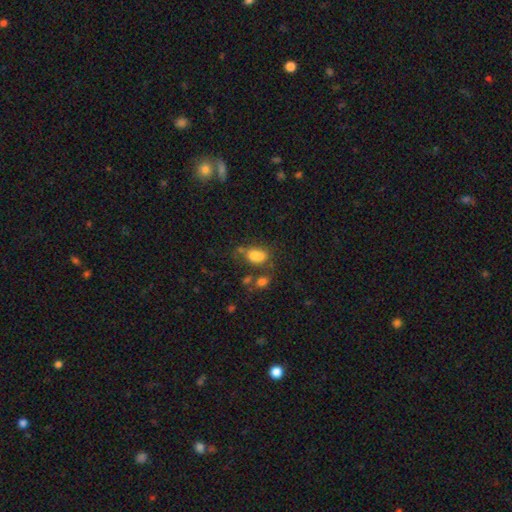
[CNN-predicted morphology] smooth_or_featured: smooth (p=0.76) [alt: featured or disk p=0.12]
how_rounded: in between (p=0.83) [alt: round p=0.14]
merging: none (p=0.39) [alt: merger p=0.24]